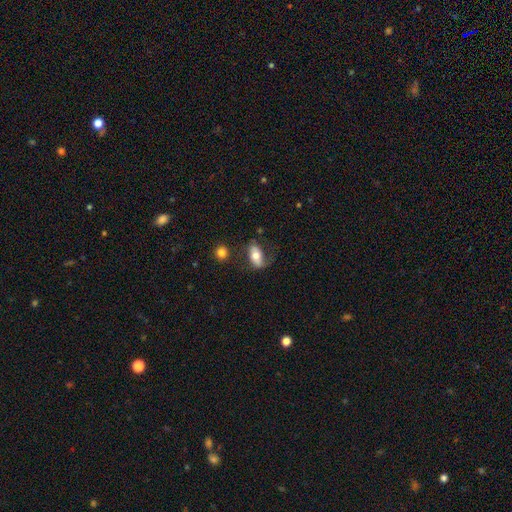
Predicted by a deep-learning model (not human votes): smooth_or_featured: smooth (p=0.60) [alt: featured or disk p=0.33]
how_rounded: in between (p=0.86) [alt: cigar-shaped p=0.08]
merging: none (p=0.51) [alt: minor disturbance p=0.26]